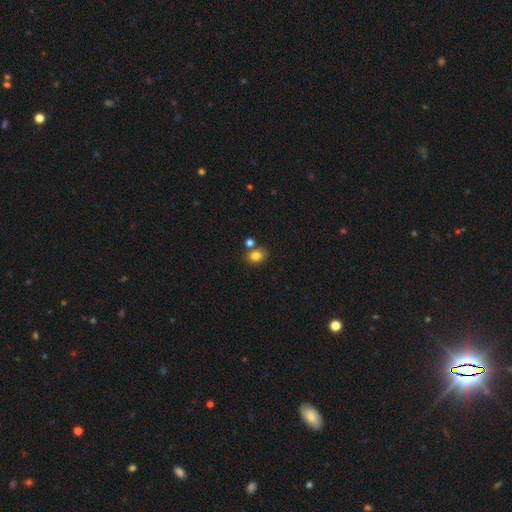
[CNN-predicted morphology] Q: Smooth or featured?
A: smooth (82%); runner-up: star or artifact (11%)
Q: How rounded?
A: round (56%); runner-up: in between (44%)
Q: Merging?
A: none (66%); runner-up: merger (19%)